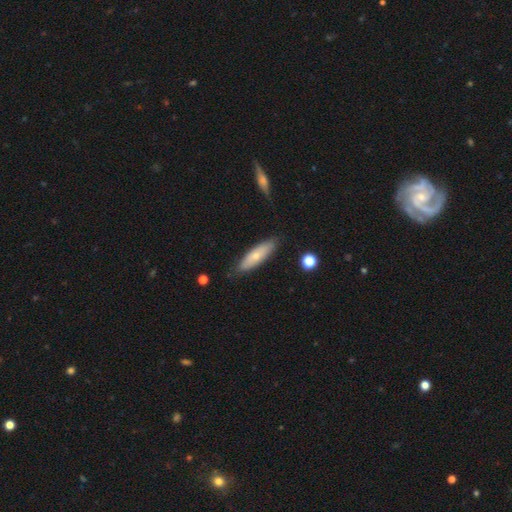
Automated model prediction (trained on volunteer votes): This appears to be a smooth galaxy with no disk features (63%) that is cigar-shaped (52%). Merging: none (82%).